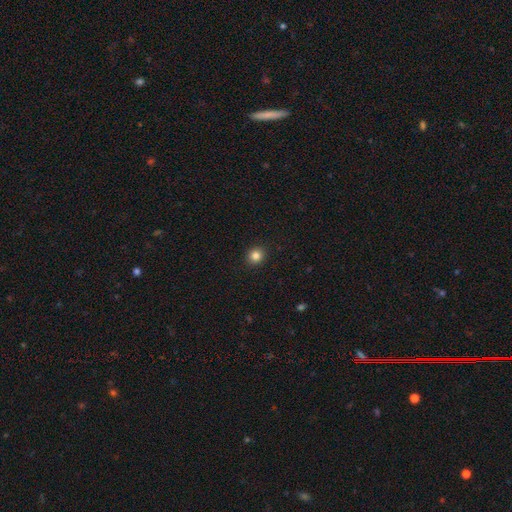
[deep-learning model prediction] Q: Smooth or featured?
A: smooth (84%); runner-up: star or artifact (11%)
Q: How rounded?
A: round (86%); runner-up: in between (13%)
Q: Merging?
A: none (92%); runner-up: minor disturbance (5%)